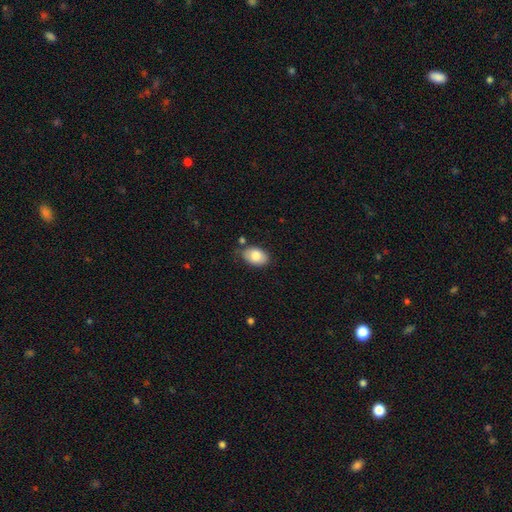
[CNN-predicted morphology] This is clearly a smooth galaxy (82%). How rounded: clearly in between (88%). Merging: likely none (75%).